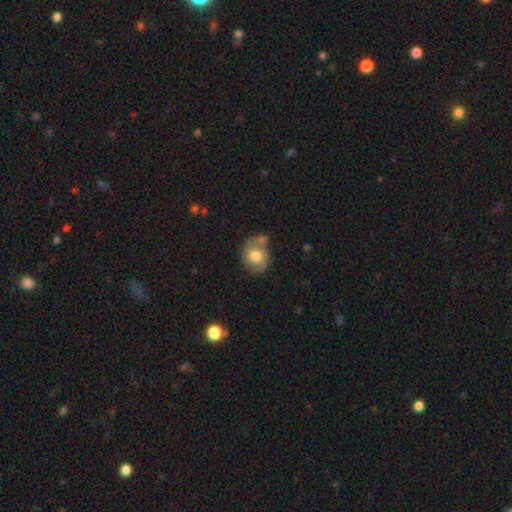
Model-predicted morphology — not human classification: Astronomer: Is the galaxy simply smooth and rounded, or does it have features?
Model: smooth — 65%.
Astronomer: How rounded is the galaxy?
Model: round — 60% (runner-up: in between, 39%).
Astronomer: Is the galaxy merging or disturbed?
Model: none — 51%.